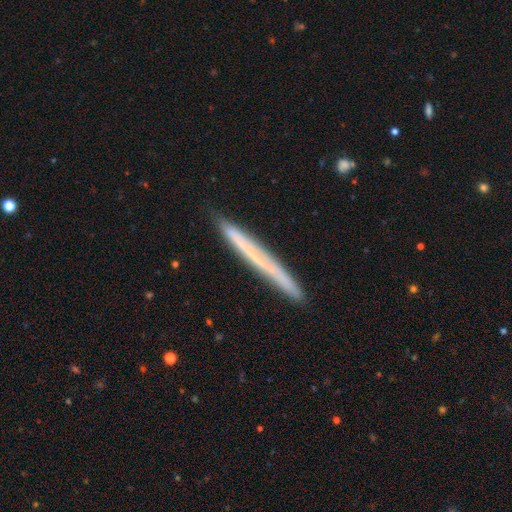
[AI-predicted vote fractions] Smooth or featured?
  - smooth: 50% *
  - featured or disk: 44%
  - star or artifact: 7%
Merging?
  - none: 89% *
  - minor disturbance: 9%
  - major disturbance: 1%
  - merger: 1%